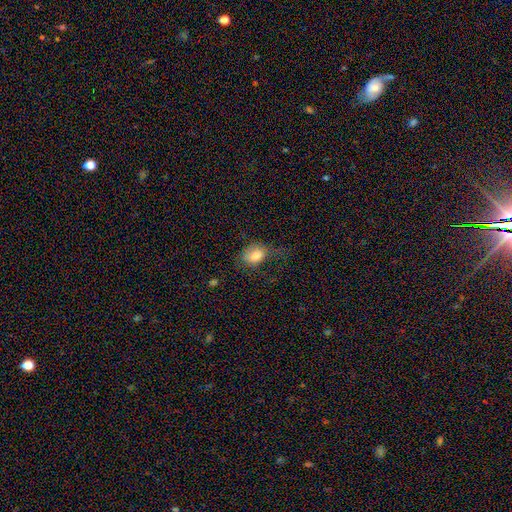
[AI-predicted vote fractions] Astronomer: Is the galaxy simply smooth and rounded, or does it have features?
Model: smooth — 80%.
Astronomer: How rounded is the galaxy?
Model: in between — 78%.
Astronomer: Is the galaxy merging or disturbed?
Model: none — 42% (runner-up: major disturbance, 29%).